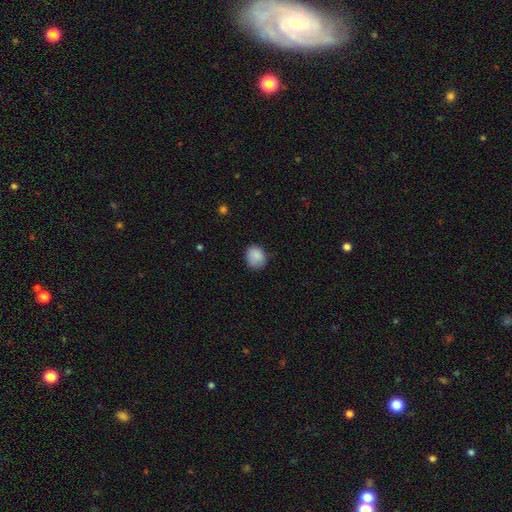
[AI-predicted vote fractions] The model was most divided on "how rounded": round: 58%, in between: 41%, cigar-shaped: 1%. More confident: smooth or featured — smooth (87%); merging — none (70%).